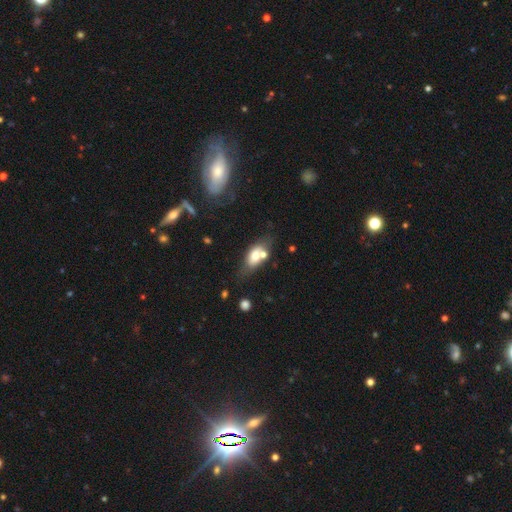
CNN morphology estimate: A smooth galaxy with no disk features (64%) that is in between round and cigar-shaped (83%). Merging: none (44%).